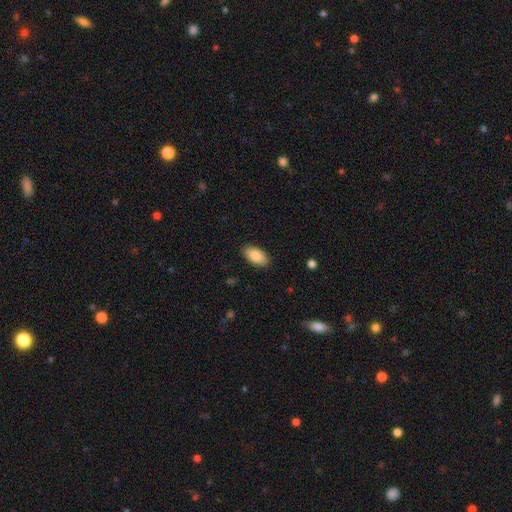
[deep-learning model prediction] smooth 87%, featured or disk 6%, star or artifact 6%. Down the decision tree: how rounded — in between (94%); merging — none (88%).